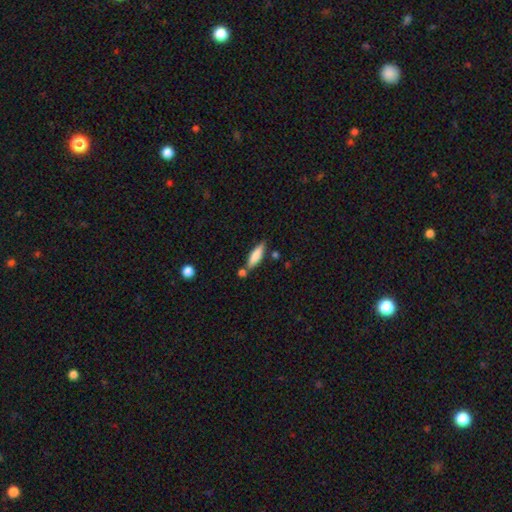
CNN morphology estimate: smooth_or_featured: smooth (p=0.74) [alt: featured or disk p=0.20]
how_rounded: cigar-shaped (p=0.59) [alt: in between p=0.39]
merging: none (p=0.65) [alt: merger p=0.16]